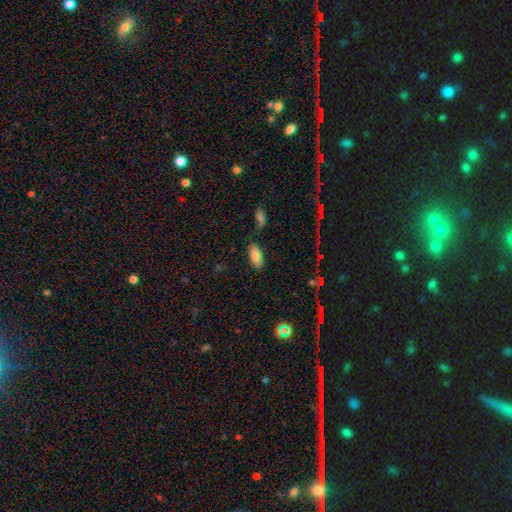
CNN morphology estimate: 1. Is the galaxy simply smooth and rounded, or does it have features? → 81% smooth, 11% featured or disk, 8% star or artifact.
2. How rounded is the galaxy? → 89% in between, 9% cigar-shaped, 2% round.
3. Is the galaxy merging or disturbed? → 81% none, 12% minor disturbance, 4% merger, 3% major disturbance.